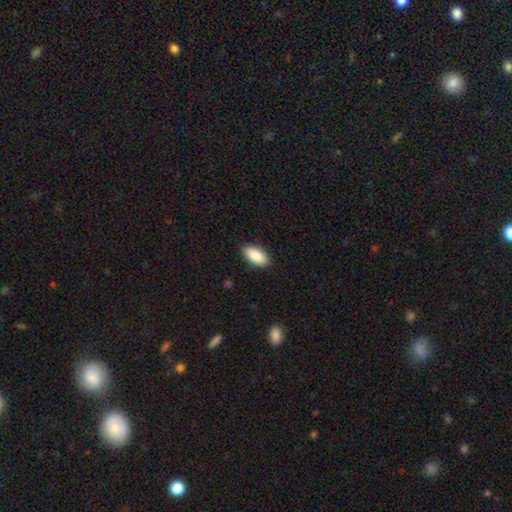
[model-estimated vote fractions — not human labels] smooth_or_featured: smooth (p=0.90) [alt: star or artifact p=0.06]
how_rounded: in between (p=0.92) [alt: cigar-shaped p=0.06]
merging: none (p=0.89) [alt: minor disturbance p=0.08]